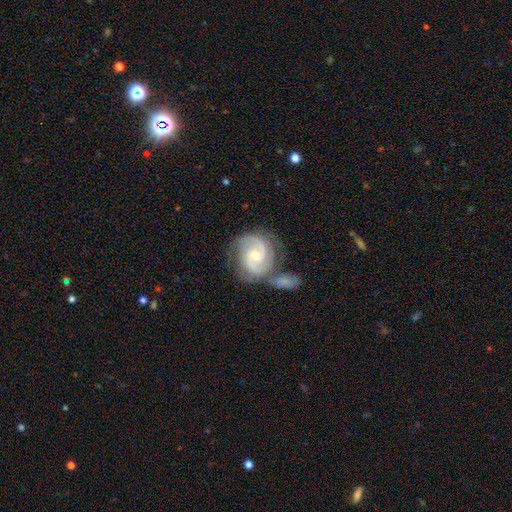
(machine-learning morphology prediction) type=featured or disk (85%); edge-on=no (98%); bar=no (59%); spiral arms=yes (96%); winding=tight (50%); arm count=2 (73%); bulge=moderate (53%); merging=none (46%).